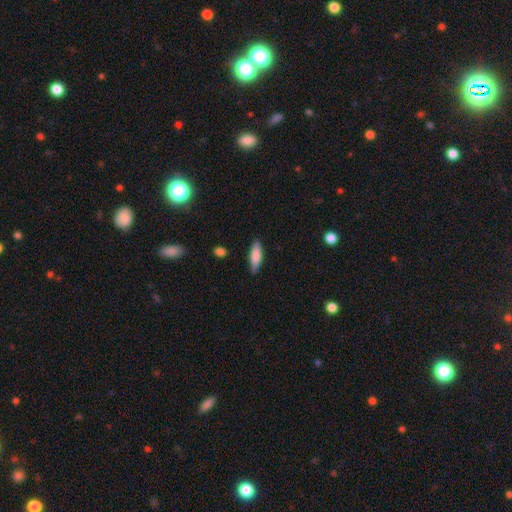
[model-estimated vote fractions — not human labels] smooth 80%, featured or disk 14%, star or artifact 6%. Down the decision tree: how rounded — cigar-shaped (50%); merging — none (81%).